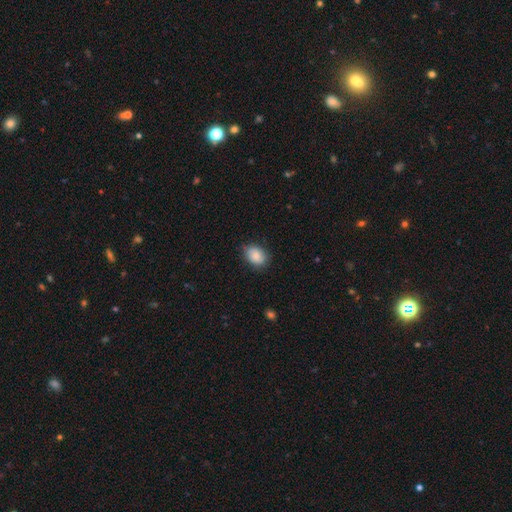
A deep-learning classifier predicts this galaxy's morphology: Q: Smooth or featured?
A: smooth (86%); runner-up: star or artifact (7%)
Q: How rounded?
A: in between (74%); runner-up: round (25%)
Q: Merging?
A: none (79%); runner-up: minor disturbance (17%)